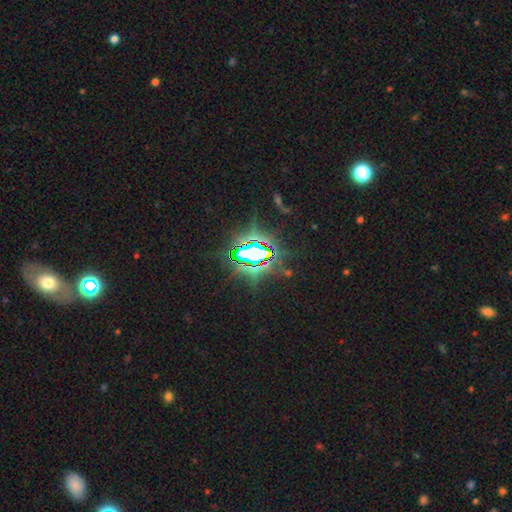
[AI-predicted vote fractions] Overall: star or artifact (80%).